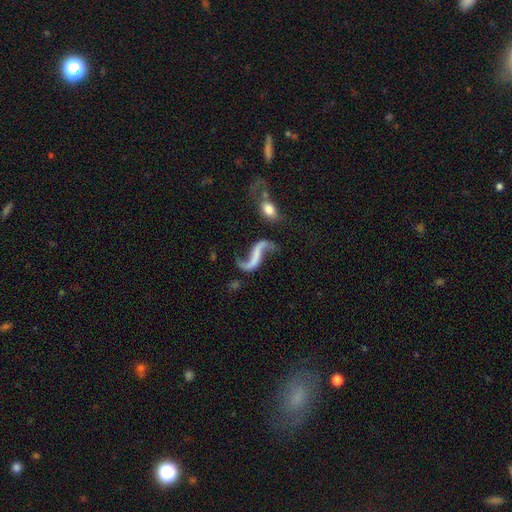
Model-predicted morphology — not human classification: smooth-or-featured: featured or disk: 85% | smooth: 8% | star or artifact: 7%
  disk-edge-on: no: 95% | yes: 5%
    bar: no: 40% | strong: 31% | weak: 29%
    has-spiral-arms: yes: 91% | no: 9%
      spiral-winding: loose: 93% | medium: 5% | tight: 2%
      spiral-arm-count: 2: 91% | 1: 5% | can't tell: 1% | 3: 1% | 4: 1% | more than 4: 1%
    bulge-size: none: 70% | small: 19% | moderate: 7% | large: 3% | dominant: 2%
  merging: none: 58% | minor disturbance: 16% | major disturbance: 16% | merger: 10%